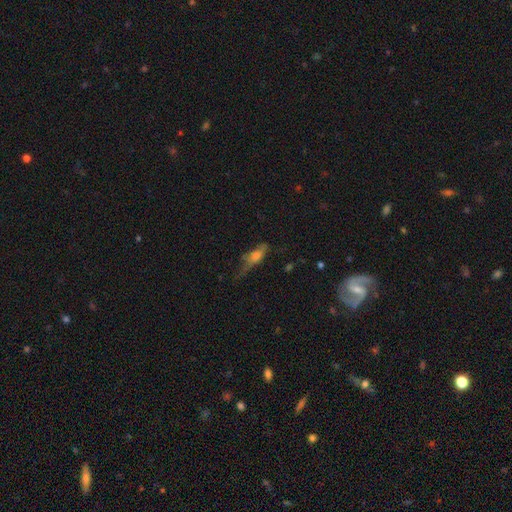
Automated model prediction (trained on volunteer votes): smooth-or-featured: smooth: 47% | featured or disk: 41% | star or artifact: 13%
  merging: none: 41% | minor disturbance: 30% | major disturbance: 26% | merger: 3%